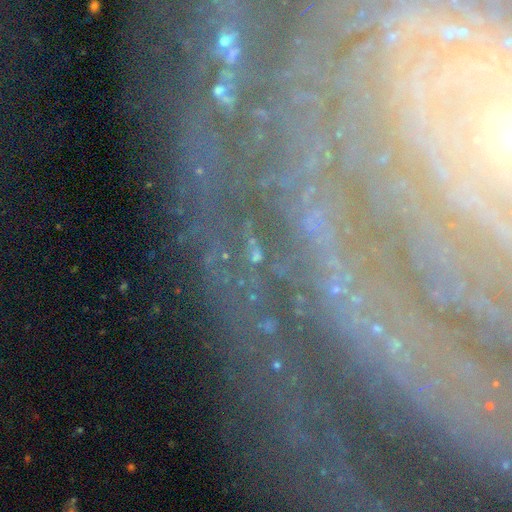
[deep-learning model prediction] smooth-or-featured: star or artifact: 65% | featured or disk: 20% | smooth: 15%